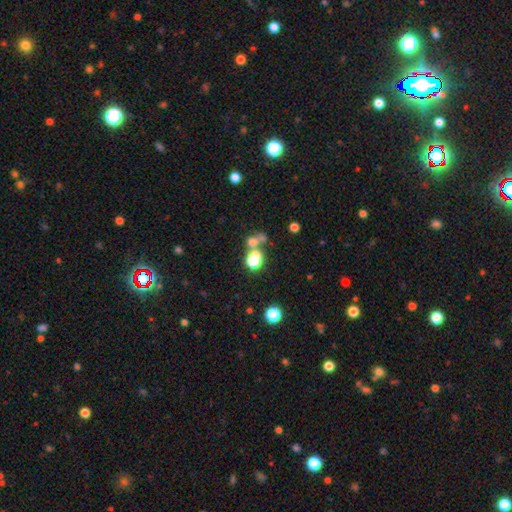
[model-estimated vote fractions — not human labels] The model was most divided on "smooth or featured": smooth: 51%, star or artifact: 38%, featured or disk: 11%. More confident: how rounded — round (78%); merging — none (55%).